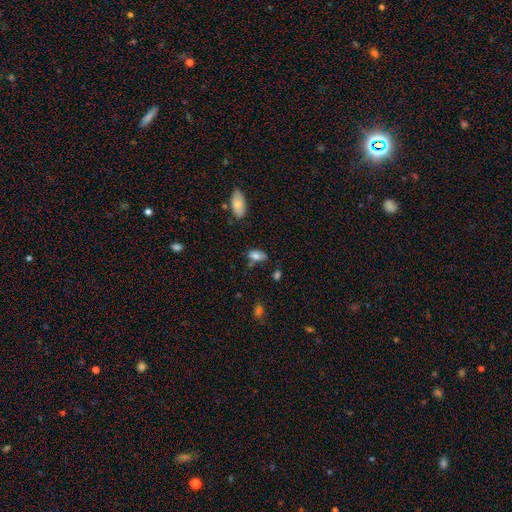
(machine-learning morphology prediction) This is likely a smooth galaxy (76%). How rounded: clearly in between (91%). Merging: possibly none (55%).